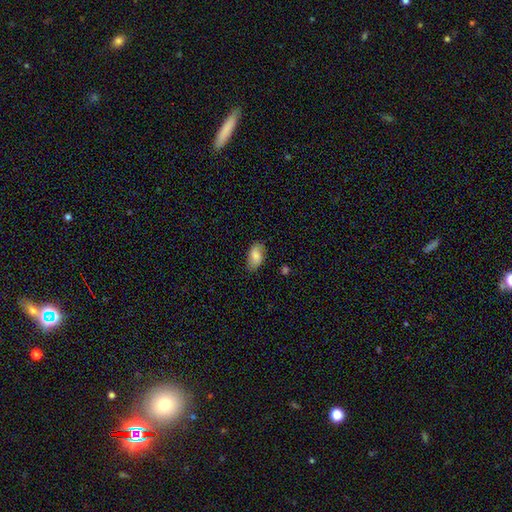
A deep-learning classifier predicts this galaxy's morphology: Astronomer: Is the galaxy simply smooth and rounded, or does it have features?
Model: smooth — 76%.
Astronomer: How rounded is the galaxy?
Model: in between — 93%.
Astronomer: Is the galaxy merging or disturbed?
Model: none — 76%.